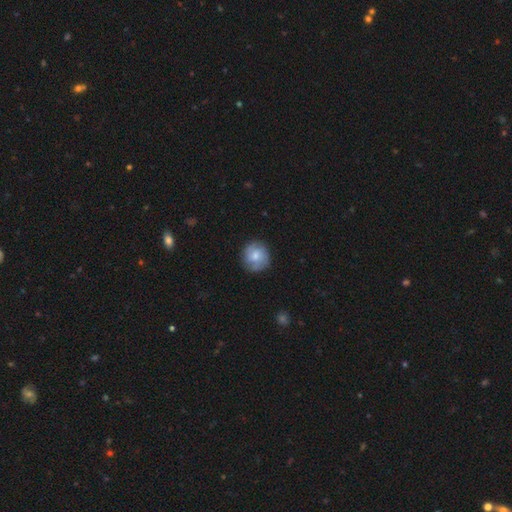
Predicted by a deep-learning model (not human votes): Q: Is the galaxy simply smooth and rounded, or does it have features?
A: smooth — 58%.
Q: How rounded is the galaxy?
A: round — 90%.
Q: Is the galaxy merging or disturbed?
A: none — 82%.